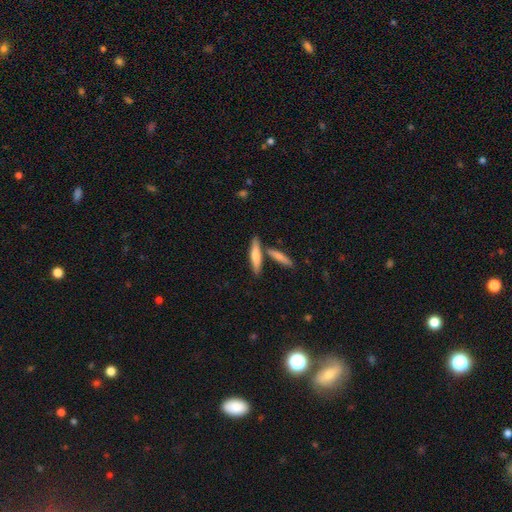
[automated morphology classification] Overall: smooth (65%; featured or disk 29%). How rounded: cigar-shaped (81%). Merging: none (69%).